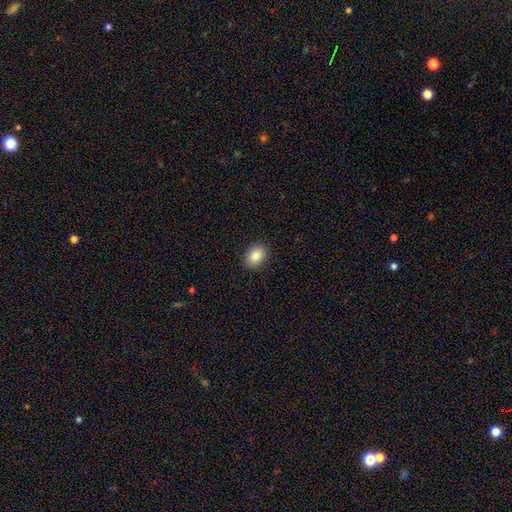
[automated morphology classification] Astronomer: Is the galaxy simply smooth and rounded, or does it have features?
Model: smooth — 87%.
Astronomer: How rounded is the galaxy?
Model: in between — 75%.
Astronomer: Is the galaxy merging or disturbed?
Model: none — 89%.